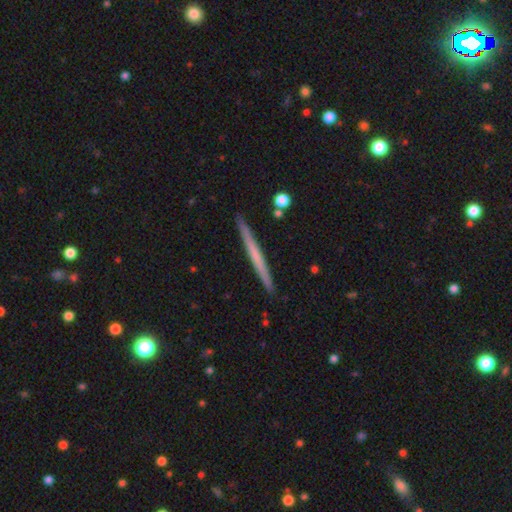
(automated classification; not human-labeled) This is possibly a smooth galaxy (49%). Merging: clearly none (92%).